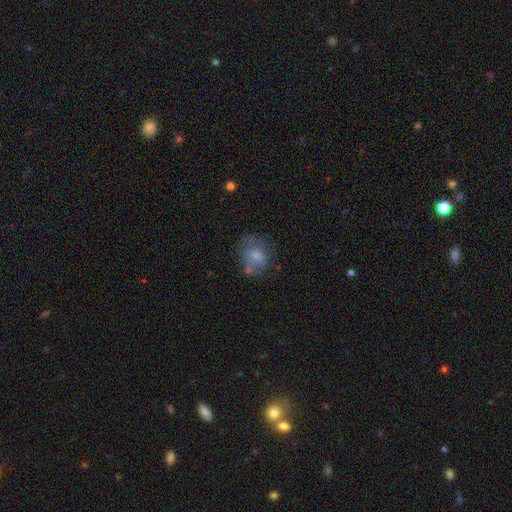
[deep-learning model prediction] smooth-or-featured: smooth: 65% | featured or disk: 25% | star or artifact: 10%
  how-rounded: round: 52% | in between: 47% | cigar-shaped: 1%
  merging: none: 49% | minor disturbance: 24% | major disturbance: 16% | merger: 11%